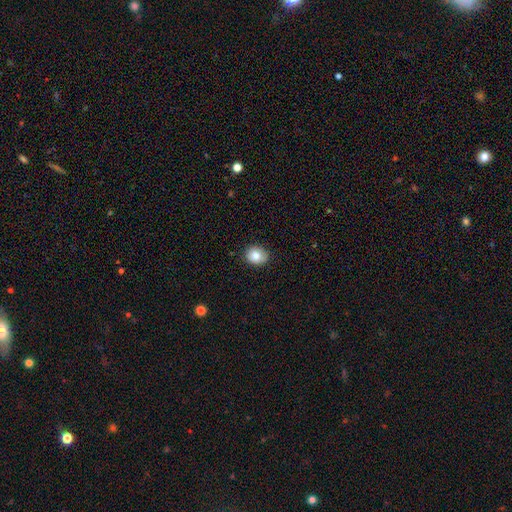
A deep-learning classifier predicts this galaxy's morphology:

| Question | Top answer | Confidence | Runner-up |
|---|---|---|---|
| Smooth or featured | smooth | 82% | featured or disk (10%) |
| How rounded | round | 61% | in between (38%) |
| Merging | none | 86% | minor disturbance (11%) |